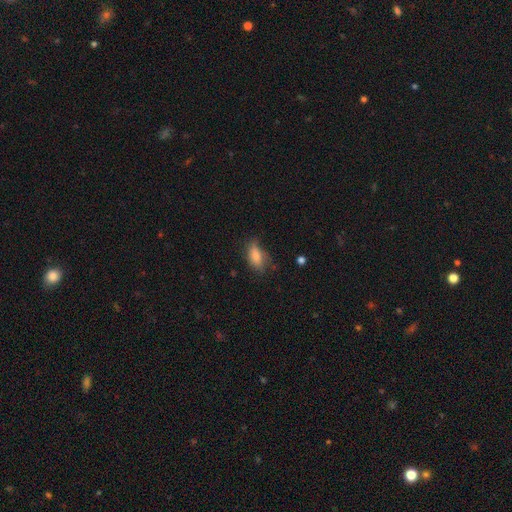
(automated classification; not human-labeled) Q: Smooth or featured?
A: smooth (74%); runner-up: featured or disk (16%)
Q: How rounded?
A: in between (83%); runner-up: cigar-shaped (11%)
Q: Merging?
A: none (57%); runner-up: minor disturbance (31%)